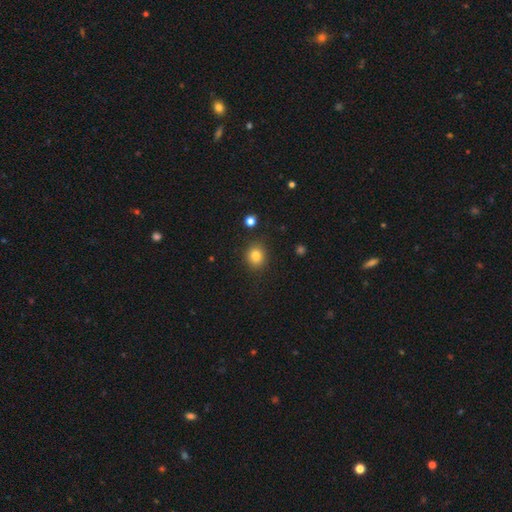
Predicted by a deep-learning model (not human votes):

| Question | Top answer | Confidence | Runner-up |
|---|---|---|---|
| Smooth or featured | smooth | 83% | star or artifact (11%) |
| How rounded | round | 78% | in between (21%) |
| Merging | none | 88% | minor disturbance (8%) |